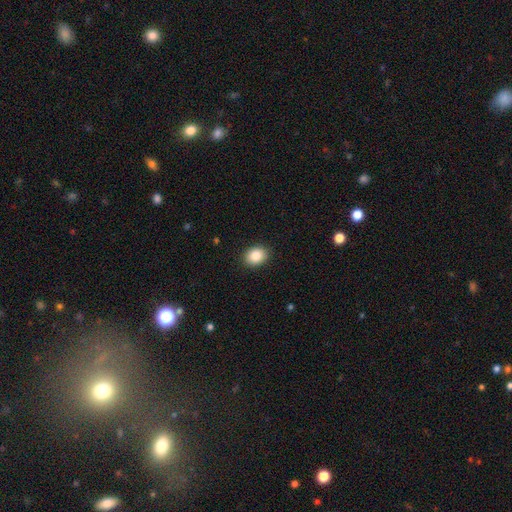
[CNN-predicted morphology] A smooth galaxy with no disk features (86%) that is in between round and cigar-shaped (57%). Merging: none (90%).